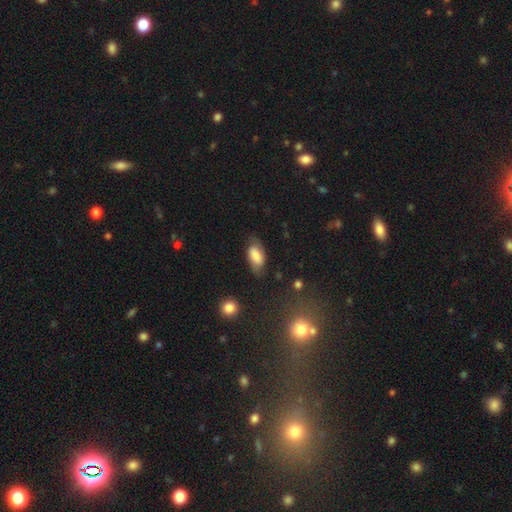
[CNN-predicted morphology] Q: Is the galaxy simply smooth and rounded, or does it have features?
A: smooth — 71%.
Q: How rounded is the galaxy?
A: in between — 90%.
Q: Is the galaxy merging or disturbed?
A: none — 67%.